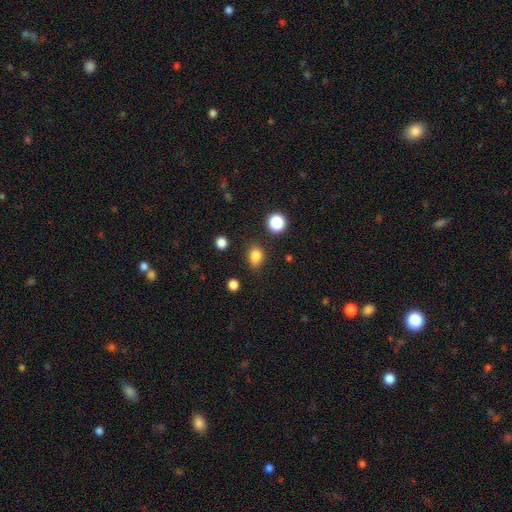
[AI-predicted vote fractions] A smooth galaxy with no disk features (82%) that is in between round and cigar-shaped (61%). Merging: none (72%).